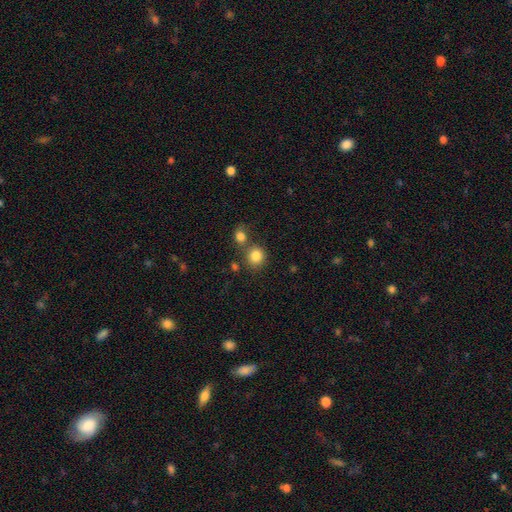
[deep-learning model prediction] Overall: smooth (84%). How rounded: round (81%). Merging: none (62%; merger 24%).